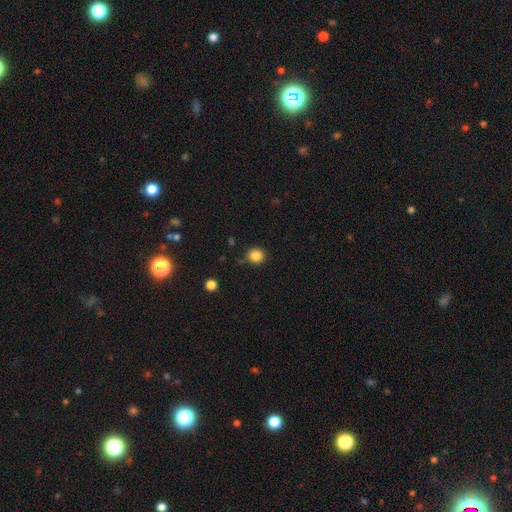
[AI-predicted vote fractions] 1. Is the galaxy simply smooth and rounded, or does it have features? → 85% smooth, 11% star or artifact, 4% featured or disk.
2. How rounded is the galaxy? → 89% round, 10% in between, 1% cigar-shaped.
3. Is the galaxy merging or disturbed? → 85% none, 10% minor disturbance, 3% major disturbance, 2% merger.